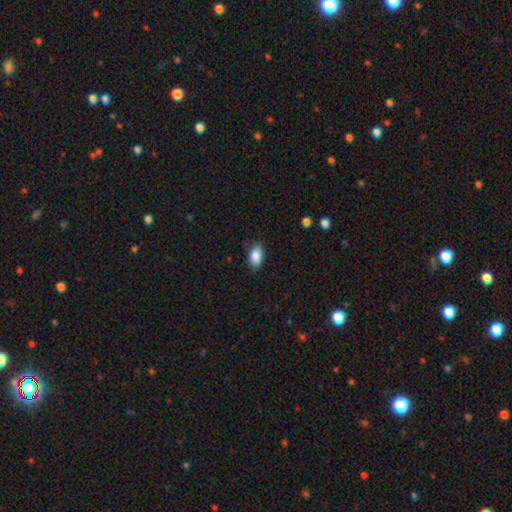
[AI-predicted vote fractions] Smooth or featured?
  - smooth: 88% *
  - star or artifact: 7%
  - featured or disk: 4%
How rounded?
  - in between: 92% *
  - round: 6%
  - cigar-shaped: 2%
Merging?
  - none: 84% *
  - minor disturbance: 13%
  - major disturbance: 3%
  - merger: 1%